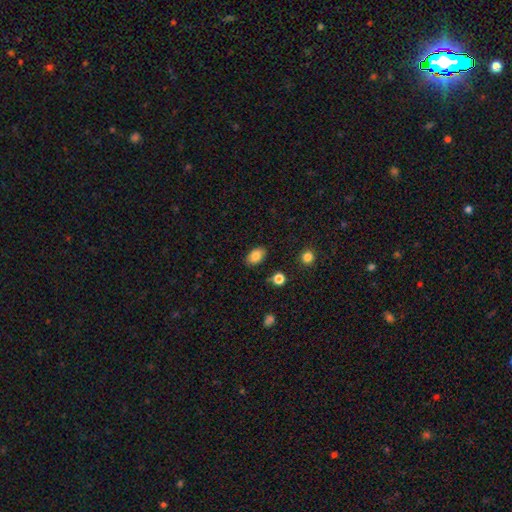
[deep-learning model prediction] Q: Smooth or featured?
A: smooth (84%); runner-up: star or artifact (9%)
Q: How rounded?
A: in between (86%); runner-up: round (13%)
Q: Merging?
A: none (86%); runner-up: minor disturbance (10%)